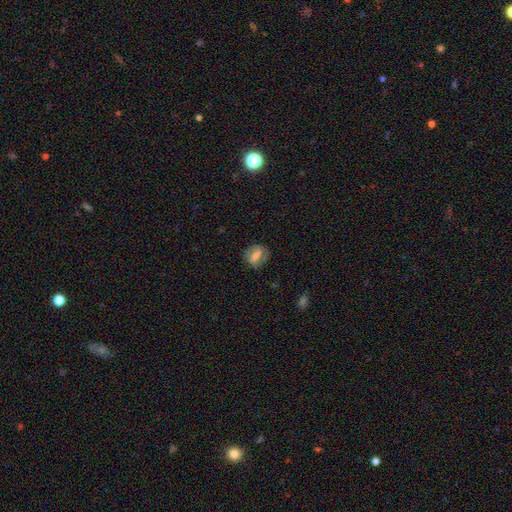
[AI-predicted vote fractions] A smooth galaxy with no disk features (55%) that is in between round and cigar-shaped (59%). Merging: none (74%).